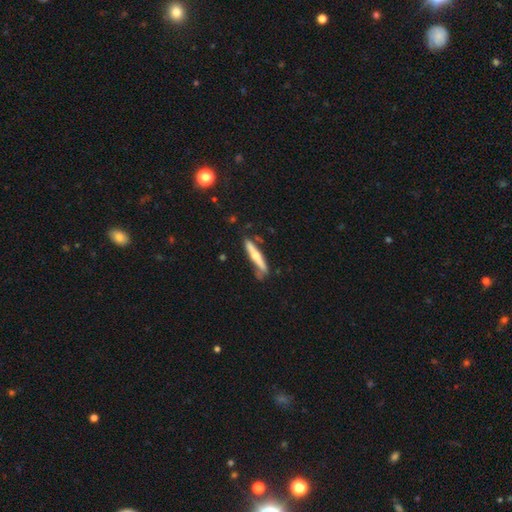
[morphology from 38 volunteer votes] smooth-or-featured: featured or disk: 58% | smooth: 37% | star or artifact: 5%
  disk-edge-on: yes: 95% | no: 5%
    edge-on-bulge: rounded: 95% | boxy: 5% | none: 0%
  merging: none: 94% | minor disturbance: 6% | major disturbance: 0% | merger: 0%